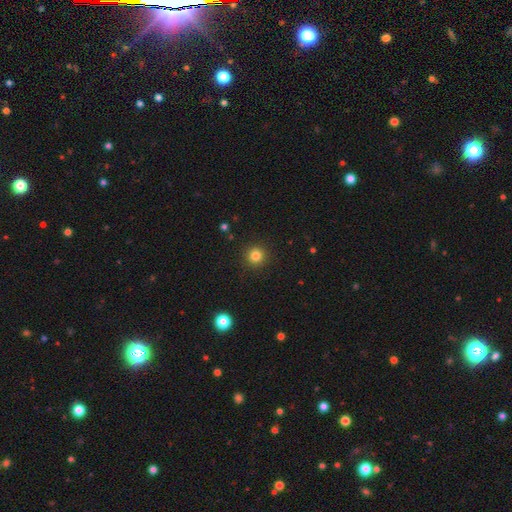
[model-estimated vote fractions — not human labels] A smooth galaxy with no disk features (82%) that is round (95%). Merging: none (92%).